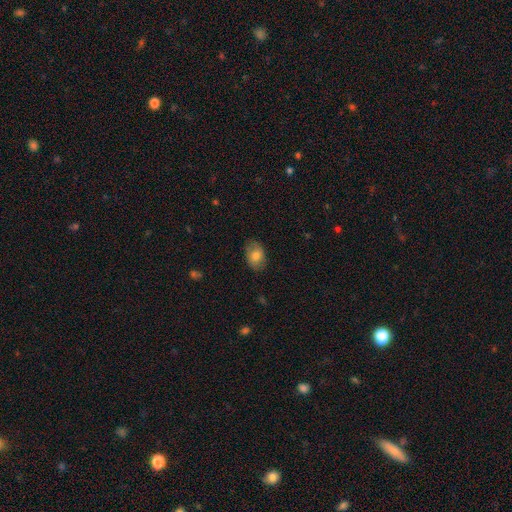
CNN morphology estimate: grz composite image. It shows a smooth galaxy with no disk features (77%) that is in between round and cigar-shaped (83%). Merging: none (82%).